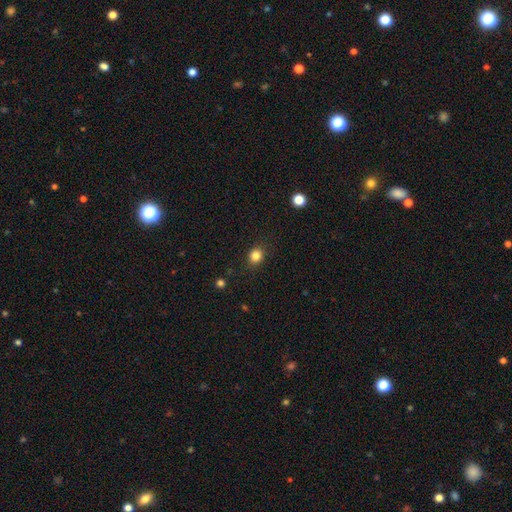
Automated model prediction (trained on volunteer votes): Smooth or featured? Predicted: smooth (p=0.84). How rounded? Predicted: round (p=0.67). Merging? Predicted: none (p=0.87).